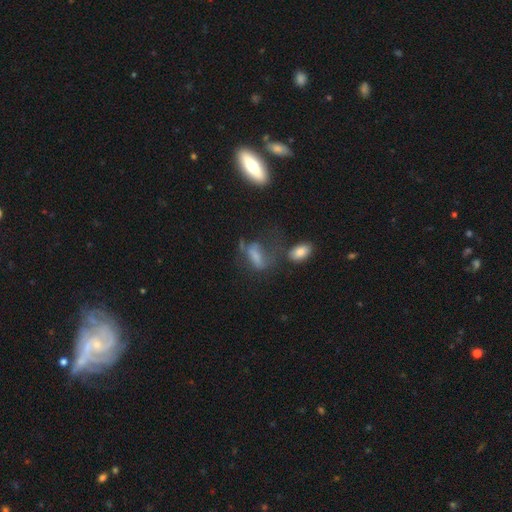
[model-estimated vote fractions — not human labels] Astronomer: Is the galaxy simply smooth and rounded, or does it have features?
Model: smooth — 53% (runner-up: featured or disk, 30%).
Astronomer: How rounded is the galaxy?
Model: in between — 73%.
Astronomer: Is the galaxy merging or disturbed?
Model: major disturbance — 37% (runner-up: none, 28%).